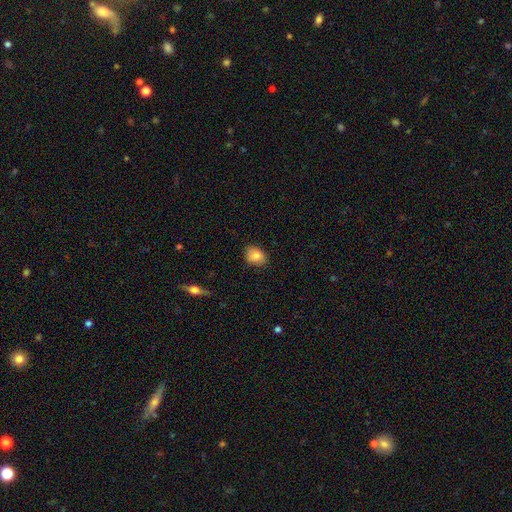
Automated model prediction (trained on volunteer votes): Smooth or featured?
  - smooth: 83% *
  - featured or disk: 9%
  - star or artifact: 8%
How rounded?
  - in between: 68% *
  - round: 31%
  - cigar-shaped: 1%
Merging?
  - none: 81% *
  - minor disturbance: 15%
  - major disturbance: 2%
  - merger: 1%